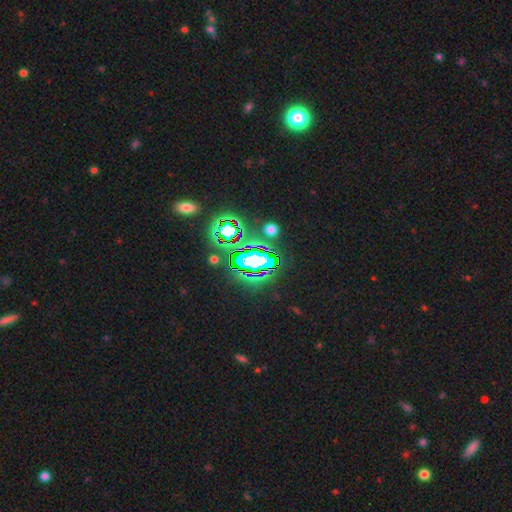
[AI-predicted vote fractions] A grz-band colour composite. It shows a star or artifact, not a galaxy (67%).